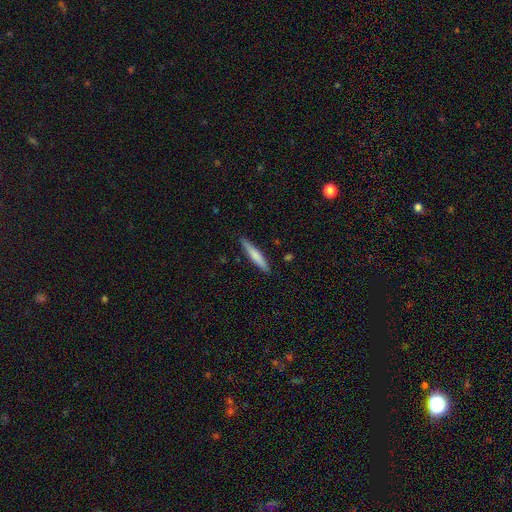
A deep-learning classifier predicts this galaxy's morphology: Smooth or featured?
  - smooth: 71% *
  - featured or disk: 24%
  - star or artifact: 5%
How rounded?
  - cigar-shaped: 91% *
  - in between: 8%
  - round: 1%
Merging?
  - none: 87% *
  - minor disturbance: 10%
  - major disturbance: 2%
  - merger: 1%